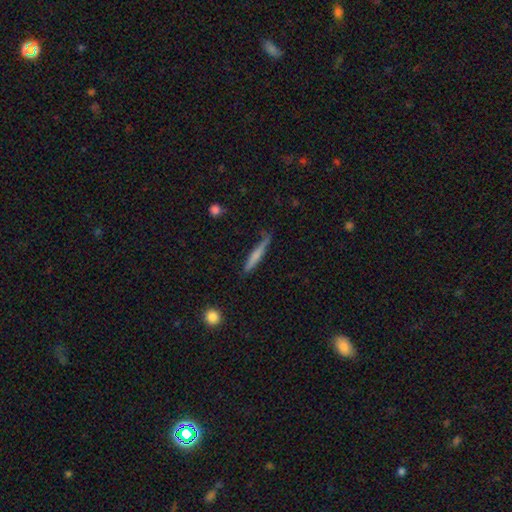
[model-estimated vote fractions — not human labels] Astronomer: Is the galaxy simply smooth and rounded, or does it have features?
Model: smooth — 62%.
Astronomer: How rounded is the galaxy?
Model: cigar-shaped — 94%.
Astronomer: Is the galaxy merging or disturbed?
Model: none — 75%.